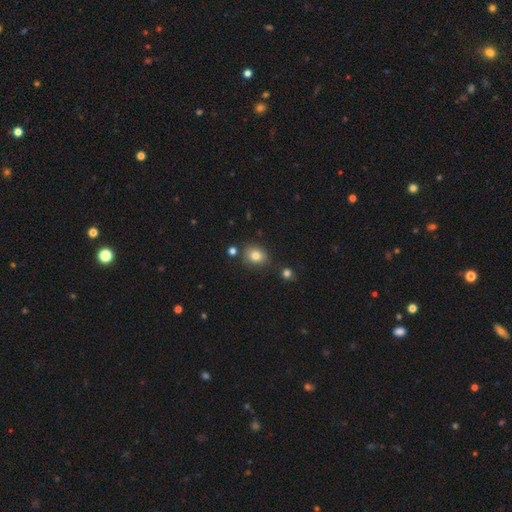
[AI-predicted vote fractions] smooth 80%, star or artifact 12%, featured or disk 8%. Down the decision tree: how rounded — round (55%); merging — none (78%).